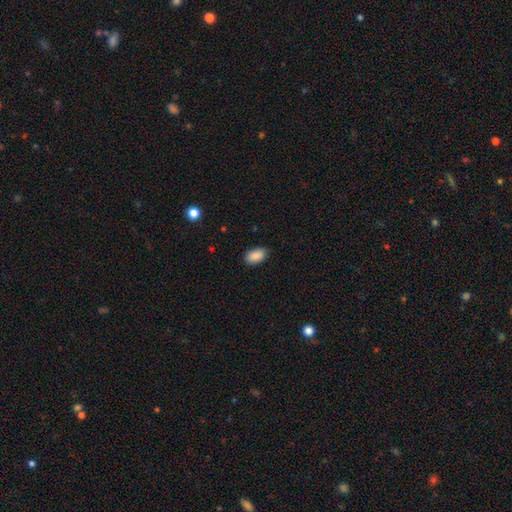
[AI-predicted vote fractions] smooth-or-featured: smooth: 89% | star or artifact: 7% | featured or disk: 4%
  how-rounded: in between: 93% | round: 5% | cigar-shaped: 2%
  merging: none: 87% | minor disturbance: 10% | major disturbance: 2% | merger: 1%